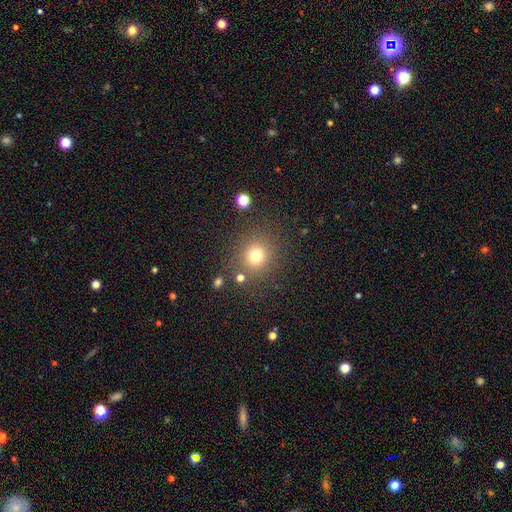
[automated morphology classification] The model was most divided on "smooth or featured": smooth: 74%, star or artifact: 18%, featured or disk: 8%. More confident: how rounded — round (89%); merging — none (83%).